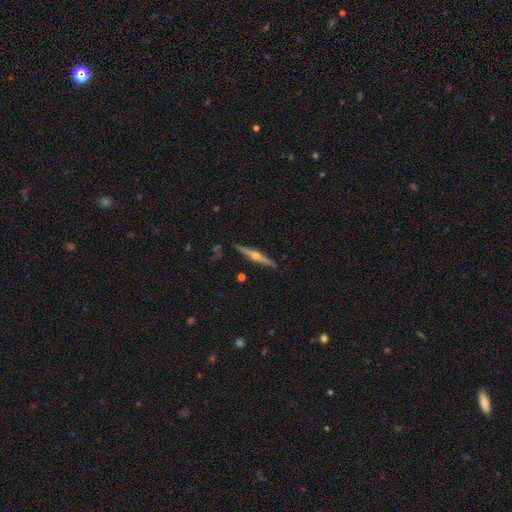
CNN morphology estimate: Overall: featured or disk (77%). Edge-on disk: yes (98%). Edge-on bulge: rounded (92%). Merging: none (89%).